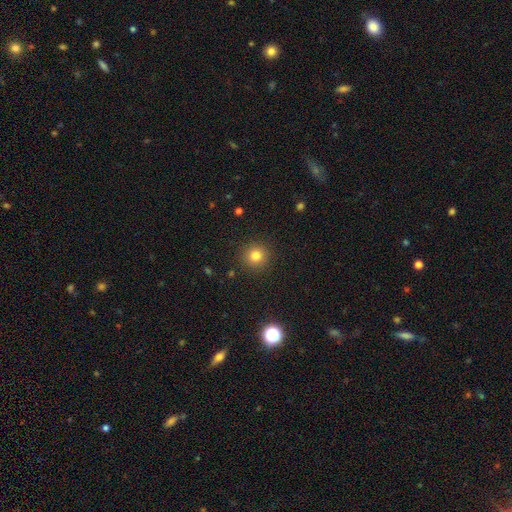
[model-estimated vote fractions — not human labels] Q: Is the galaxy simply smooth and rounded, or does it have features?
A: smooth — 80%.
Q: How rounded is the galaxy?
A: round — 94%.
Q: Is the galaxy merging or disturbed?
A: none — 91%.